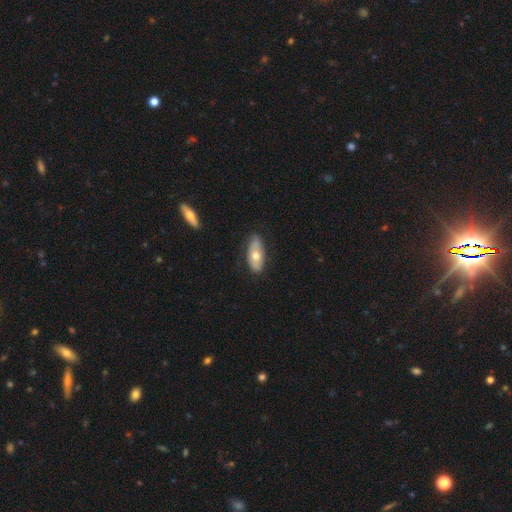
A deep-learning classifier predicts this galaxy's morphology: smooth_or_featured: smooth (p=0.61) [alt: featured or disk p=0.34]
how_rounded: in between (p=0.85) [alt: cigar-shaped p=0.12]
merging: none (p=0.76) [alt: minor disturbance p=0.19]